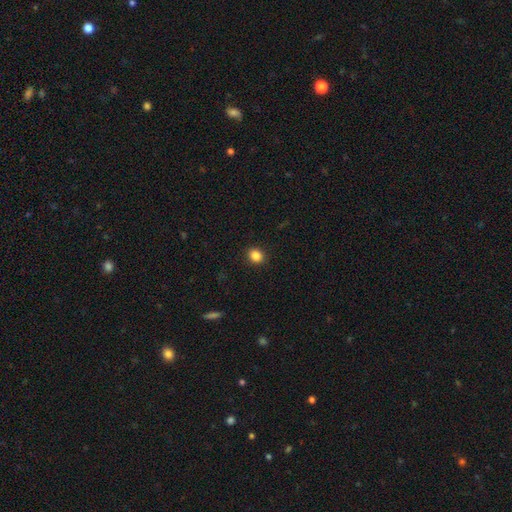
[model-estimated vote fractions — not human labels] Smooth or featured?
  - smooth: 85% *
  - star or artifact: 11%
  - featured or disk: 4%
How rounded?
  - round: 69% *
  - in between: 30%
  - cigar-shaped: 1%
Merging?
  - none: 91% *
  - minor disturbance: 6%
  - major disturbance: 2%
  - merger: 1%